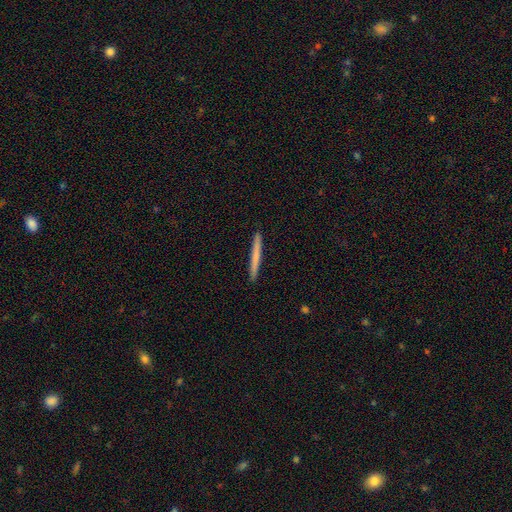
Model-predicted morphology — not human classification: smooth-or-featured: smooth: 69% | featured or disk: 25% | star or artifact: 5%
  how-rounded: cigar-shaped: 97% | in between: 2% | round: 1%
  merging: none: 93% | minor disturbance: 5% | major disturbance: 1% | merger: 1%